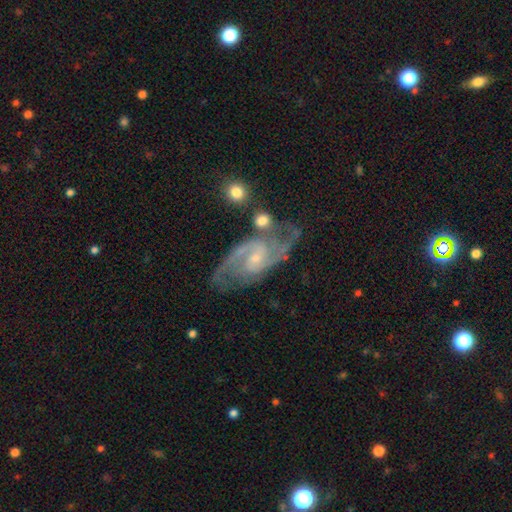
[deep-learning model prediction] A featured or disk galaxy (89%) with a weak bar (49%), 2 (81%) medium (57%) spiral arms (98%) and a small central bulge (71%).

Vote fractions:
- Smooth or featured? featured or disk: 89% / star or artifact: 6% / smooth: 5%
- Edge-on disk? no: 96% / yes: 4%
- Bar? weak: 49% / no: 35% / strong: 16%
- Spiral arms? yes: 98% / no: 2%
- Spiral winding? medium: 57% / tight: 29% / loose: 14%
- Spiral arm count? 2: 81% / 3: 7% / can't tell: 6% / 4: 2% / 1: 2% / more than 4: 2%
- Bulge size? small: 71% / moderate: 23% / none: 4% / large: 1% / dominant: 1%
- Merging? none: 67% / minor disturbance: 18% / major disturbance: 8% / merger: 7%